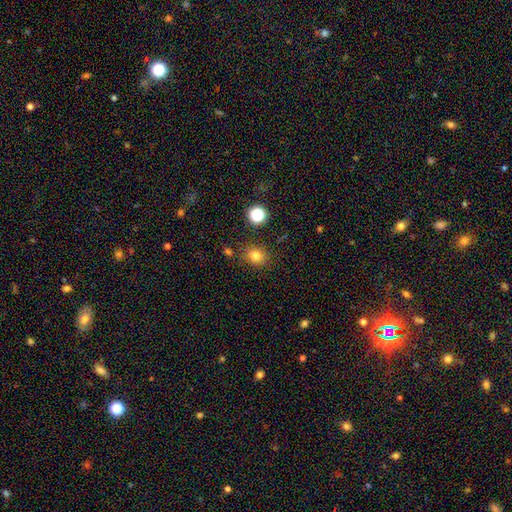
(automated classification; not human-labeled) Smooth or featured? smooth (79%)
How rounded? round (68%)
Merging? none (81%)